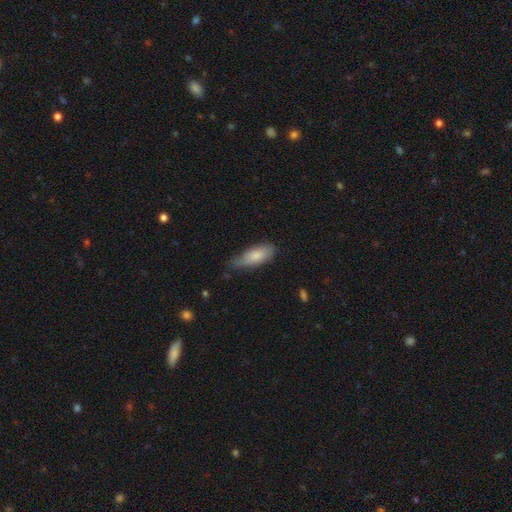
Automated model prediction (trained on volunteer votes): smooth 77%, featured or disk 17%, star or artifact 6%. Down the decision tree: how rounded — in between (75%); merging — none (46%).